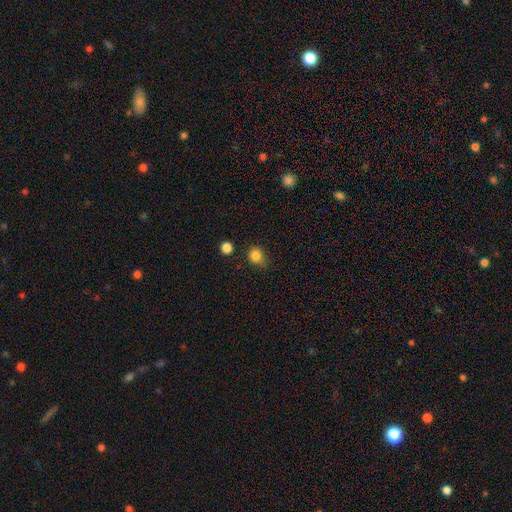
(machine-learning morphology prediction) smooth 84%, star or artifact 12%, featured or disk 4%. Down the decision tree: how rounded — round (80%); merging — none (70%).